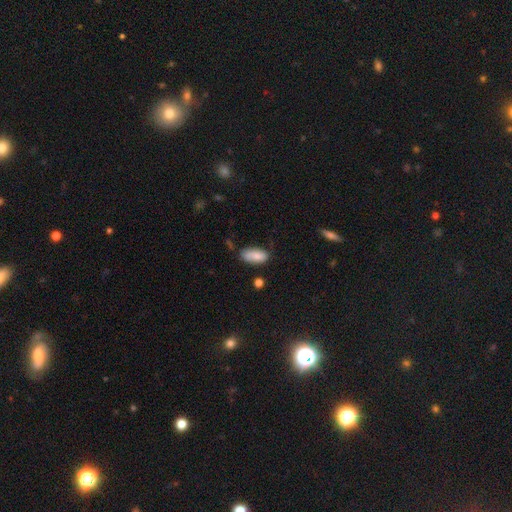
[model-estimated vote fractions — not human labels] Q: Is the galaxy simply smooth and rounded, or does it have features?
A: smooth — 84%.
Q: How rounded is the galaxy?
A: in between — 89%.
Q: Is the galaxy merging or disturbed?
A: none — 63%.